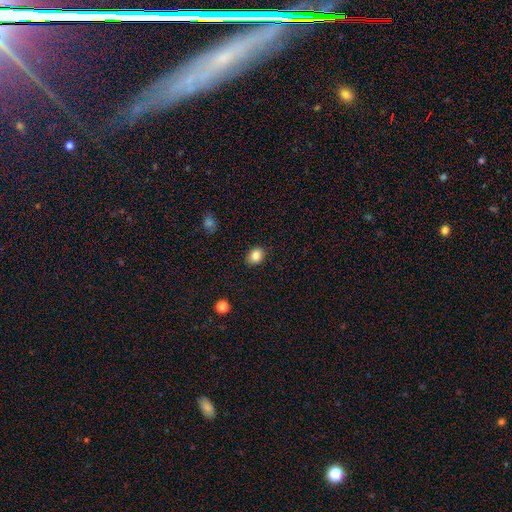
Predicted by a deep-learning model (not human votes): Smooth or featured?
  - smooth: 85% *
  - star or artifact: 10%
  - featured or disk: 6%
How rounded?
  - in between: 51% *
  - round: 49%
  - cigar-shaped: 1%
Merging?
  - none: 87% *
  - minor disturbance: 9%
  - major disturbance: 2%
  - merger: 1%